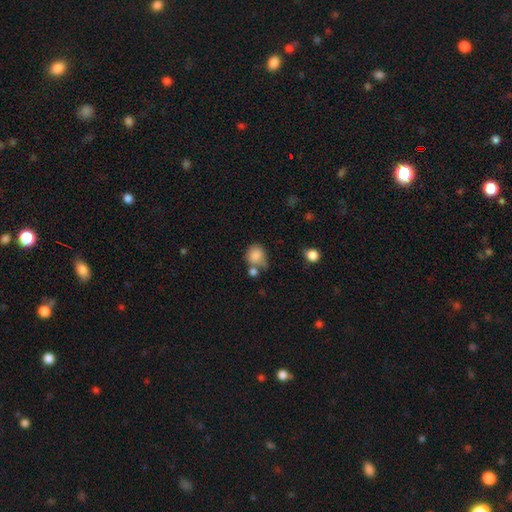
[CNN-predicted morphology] smooth_or_featured: smooth (p=0.84) [alt: star or artifact p=0.09]
how_rounded: round (p=0.66) [alt: in between p=0.33]
merging: none (p=0.42) [alt: merger p=0.26]